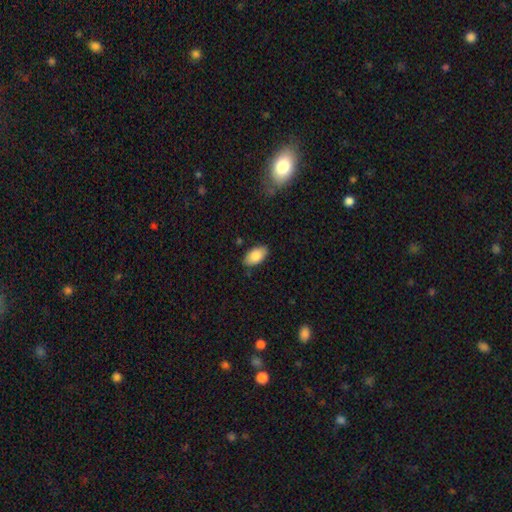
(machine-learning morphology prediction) Q: Smooth or featured?
A: smooth (84%); runner-up: featured or disk (9%)
Q: How rounded?
A: in between (95%); runner-up: round (3%)
Q: Merging?
A: none (85%); runner-up: minor disturbance (11%)